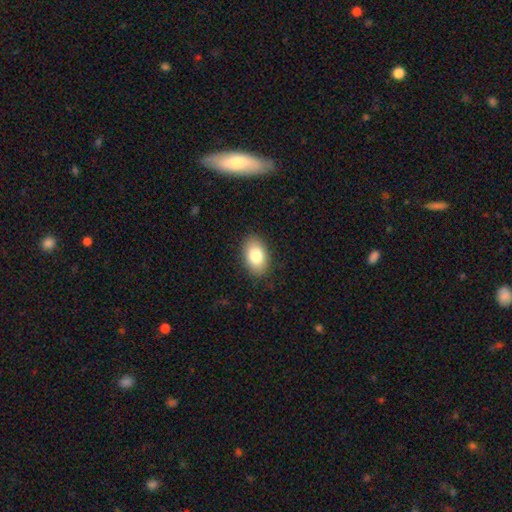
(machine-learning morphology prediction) smooth_or_featured: smooth (p=0.82) [alt: featured or disk p=0.11]
how_rounded: in between (p=0.89) [alt: round p=0.09]
merging: none (p=0.87) [alt: minor disturbance p=0.10]